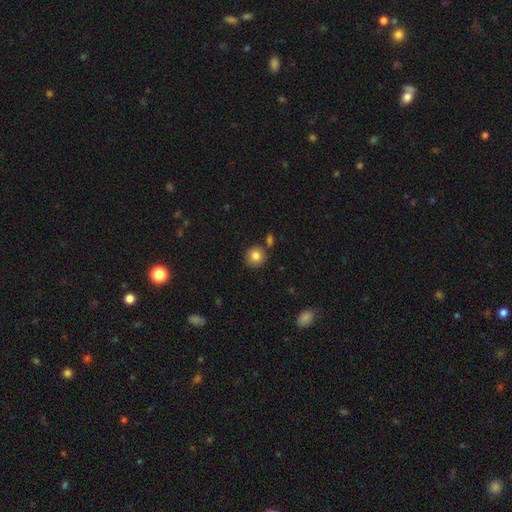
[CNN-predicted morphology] smooth-or-featured: smooth: 82% | star or artifact: 10% | featured or disk: 8%
  how-rounded: round: 91% | in between: 8% | cigar-shaped: 1%
  merging: none: 80% | merger: 9% | minor disturbance: 9% | major disturbance: 2%